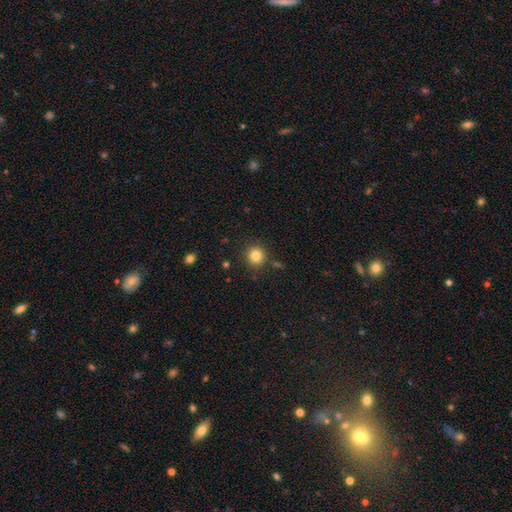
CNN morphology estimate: Smooth or featured: smooth — 84% (star or artifact — 11%)
How rounded: round — 90% (in between — 9%)
Merging: none — 87% (minor disturbance — 8%)